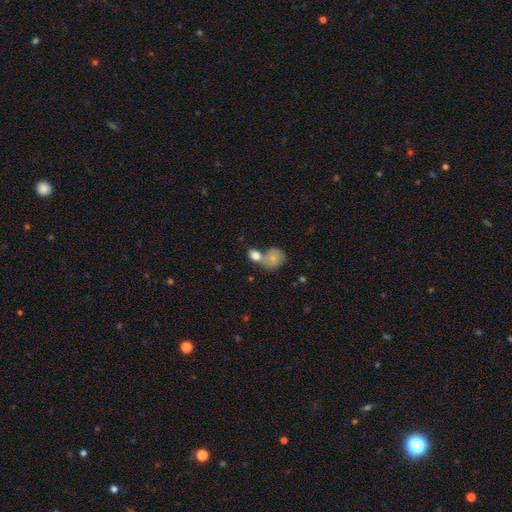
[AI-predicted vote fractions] Morphology: type=smooth (80%); roundness=in between (62%); merging=merger (53%).